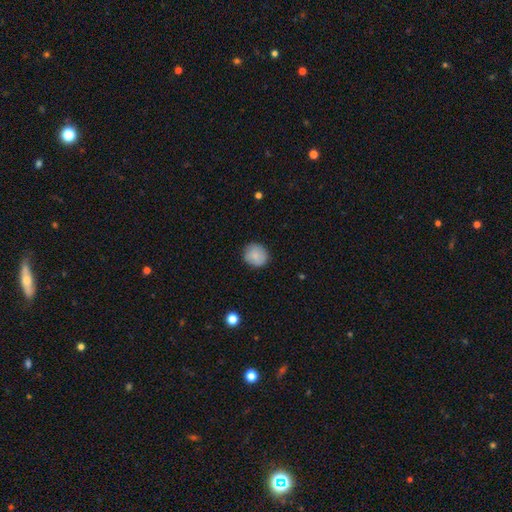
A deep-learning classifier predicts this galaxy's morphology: This appears to be a smooth galaxy with no disk features (84%) that is round (85%). Merging: none (84%).